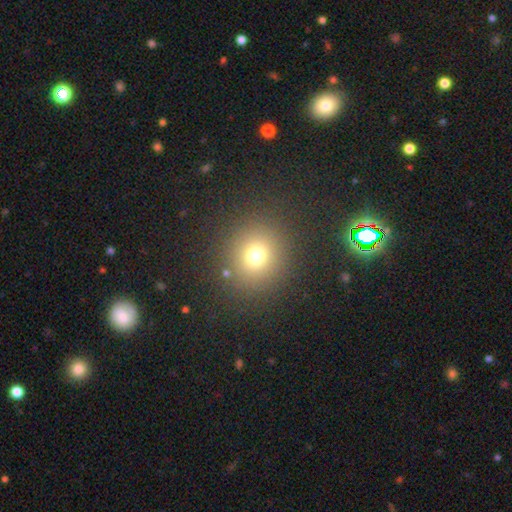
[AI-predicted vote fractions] smooth-or-featured: smooth: 72% | star or artifact: 19% | featured or disk: 8%
  how-rounded: round: 89% | in between: 10% | cigar-shaped: 1%
  merging: none: 87% | minor disturbance: 7% | major disturbance: 4% | merger: 2%